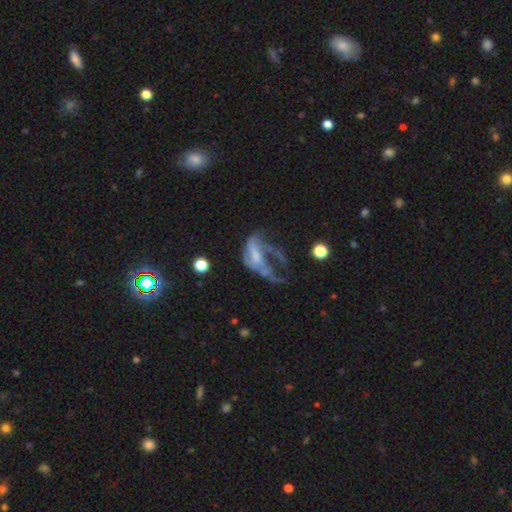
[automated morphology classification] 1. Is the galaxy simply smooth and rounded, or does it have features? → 57% featured or disk, 29% smooth, 14% star or artifact.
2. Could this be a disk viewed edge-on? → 94% no, 6% yes.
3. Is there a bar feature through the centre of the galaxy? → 68% no, 22% weak, 9% strong.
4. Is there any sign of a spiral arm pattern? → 69% no, 31% yes.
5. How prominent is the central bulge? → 33% none, 32% small, 27% moderate, 5% large, 2% dominant.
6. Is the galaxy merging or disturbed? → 56% major disturbance, 16% none, 14% merger, 13% minor disturbance.